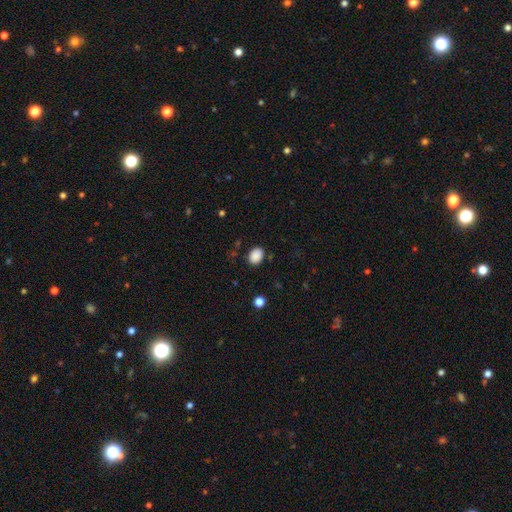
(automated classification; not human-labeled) A smooth galaxy with no disk features (88%) that is in between round and cigar-shaped (63%). Merging: none (85%).